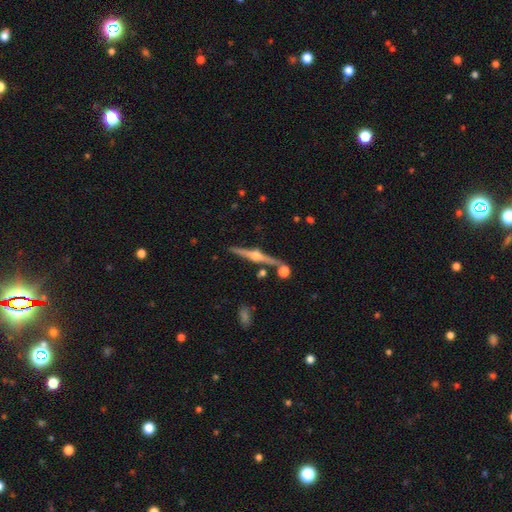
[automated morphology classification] This is clearly a featured or disk galaxy (86%). It is clearly viewed edge-on (98%). Edge-on bulge: clearly rounded (95%). Merging: clearly none (85%).